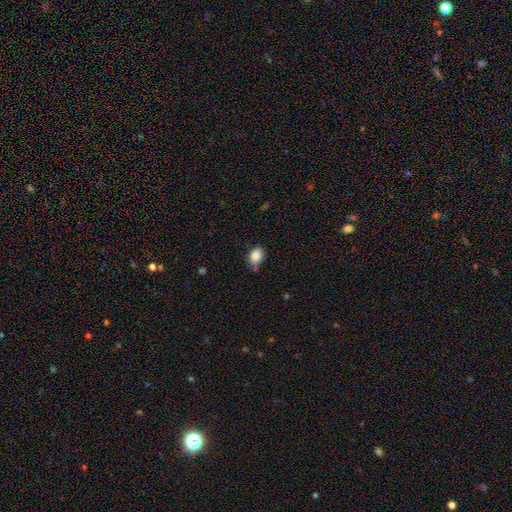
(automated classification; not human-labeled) The model was most divided on "merging": none: 61%, minor disturbance: 30%, major disturbance: 5%, merger: 4%. More confident: smooth or featured — smooth (85%); how rounded — in between (72%).